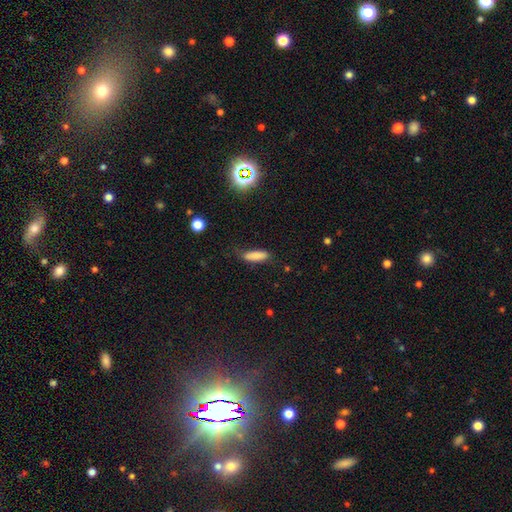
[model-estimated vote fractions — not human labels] Q: Smooth or featured?
A: smooth (84%); runner-up: star or artifact (9%)
Q: How rounded?
A: cigar-shaped (50%); runner-up: in between (48%)
Q: Merging?
A: none (69%); runner-up: minor disturbance (23%)